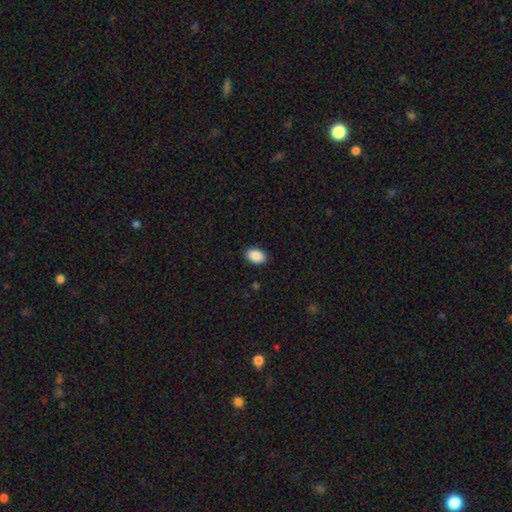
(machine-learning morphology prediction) Smooth or featured?
  - smooth: 90% *
  - star or artifact: 7%
  - featured or disk: 3%
How rounded?
  - in between: 86% *
  - round: 13%
  - cigar-shaped: 1%
Merging?
  - none: 89% *
  - minor disturbance: 8%
  - major disturbance: 2%
  - merger: 1%